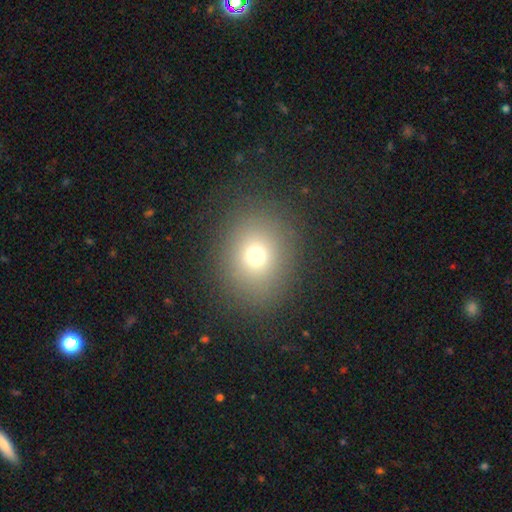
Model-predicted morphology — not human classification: smooth 71%, star or artifact 18%, featured or disk 12%. Down the decision tree: how rounded — round (63%); merging — none (85%).